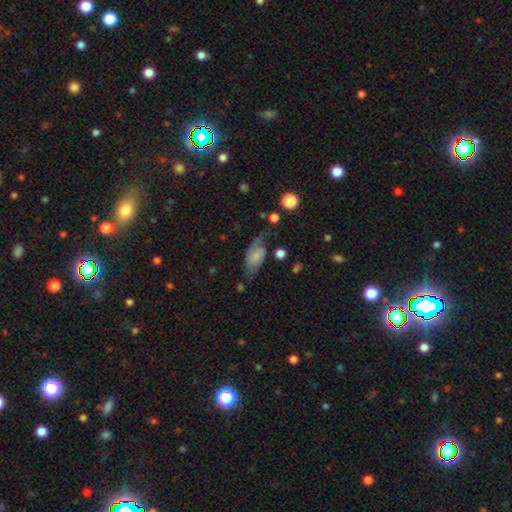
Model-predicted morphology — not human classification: This appears to be a featured or disk galaxy (47%). Merging: none (43%).